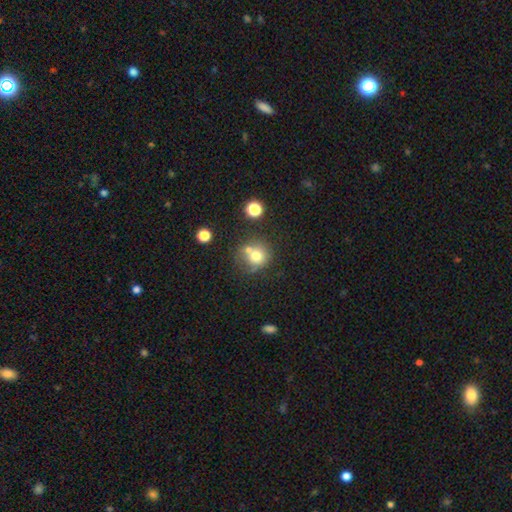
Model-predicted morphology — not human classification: Smooth or featured?
  - smooth: 71% *
  - featured or disk: 16%
  - star or artifact: 13%
How rounded?
  - round: 86% *
  - in between: 13%
  - cigar-shaped: 1%
Merging?
  - none: 49% *
  - merger: 33%
  - minor disturbance: 12%
  - major disturbance: 5%